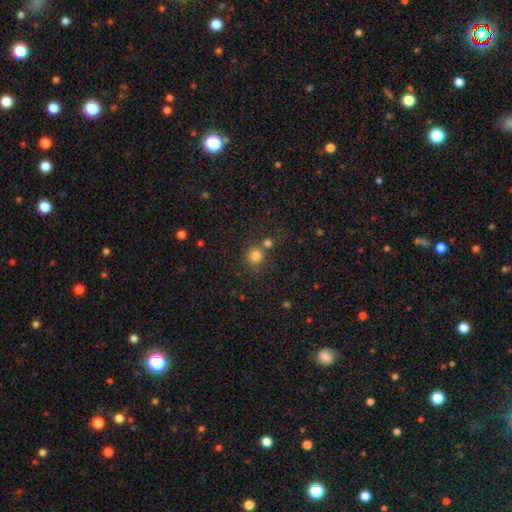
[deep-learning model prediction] smooth 79%, star or artifact 14%, featured or disk 7%. Down the decision tree: how rounded — round (91%); merging — none (58%).